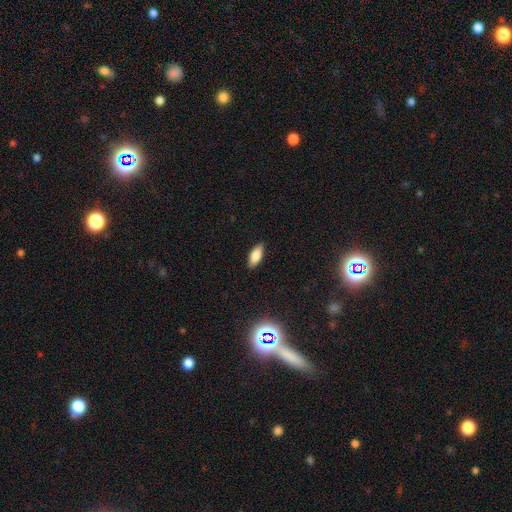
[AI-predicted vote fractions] smooth_or_featured: smooth (p=0.81) [alt: featured or disk p=0.11]
how_rounded: in between (p=0.78) [alt: cigar-shaped p=0.19]
merging: none (p=0.87) [alt: minor disturbance p=0.10]